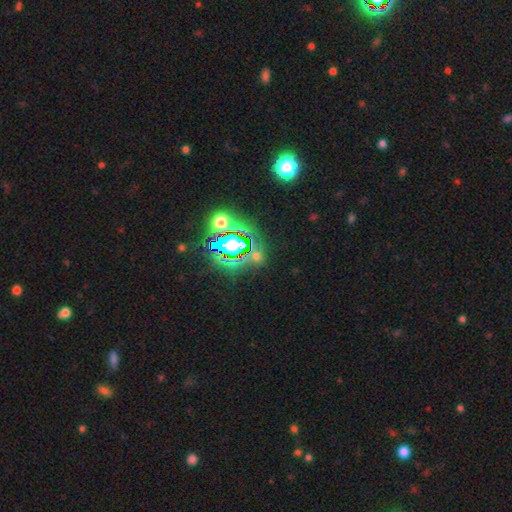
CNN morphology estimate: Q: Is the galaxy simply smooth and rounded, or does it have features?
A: star or artifact — 61%.